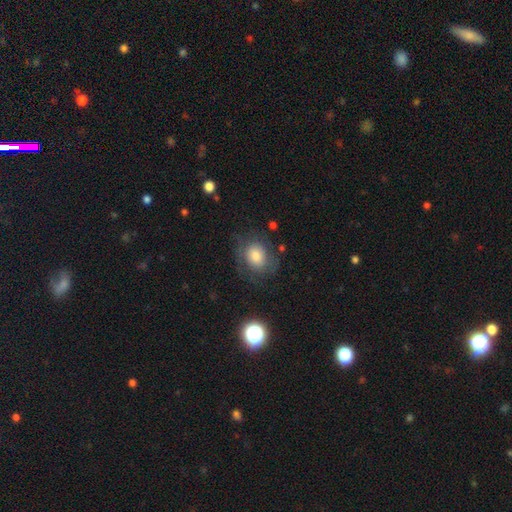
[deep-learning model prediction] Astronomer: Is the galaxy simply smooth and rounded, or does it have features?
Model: smooth — 60%.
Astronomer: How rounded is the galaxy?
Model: round — 62% (runner-up: in between, 37%).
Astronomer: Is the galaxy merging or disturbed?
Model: none — 67%.